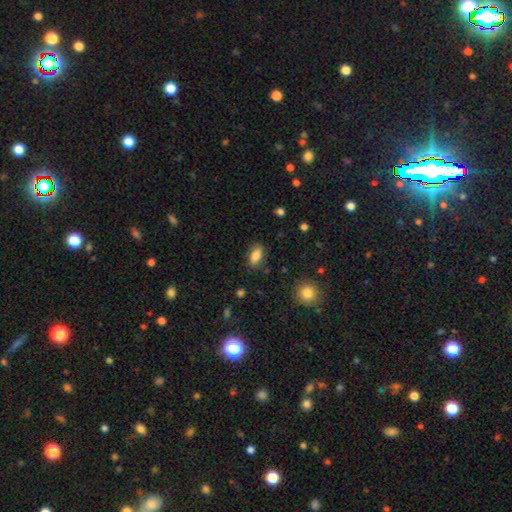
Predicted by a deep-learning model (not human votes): A smooth galaxy with no disk features (85%) that is in between round and cigar-shaped (89%). Merging: none (85%).